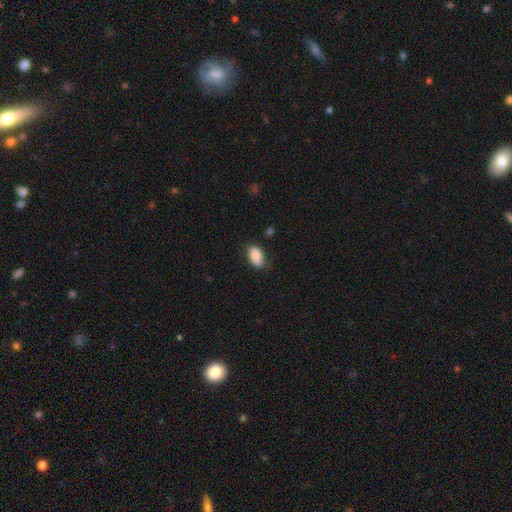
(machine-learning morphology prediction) smooth_or_featured: smooth (p=0.83) [alt: featured or disk p=0.10]
how_rounded: in between (p=0.90) [alt: round p=0.09]
merging: none (p=0.70) [alt: minor disturbance p=0.24]